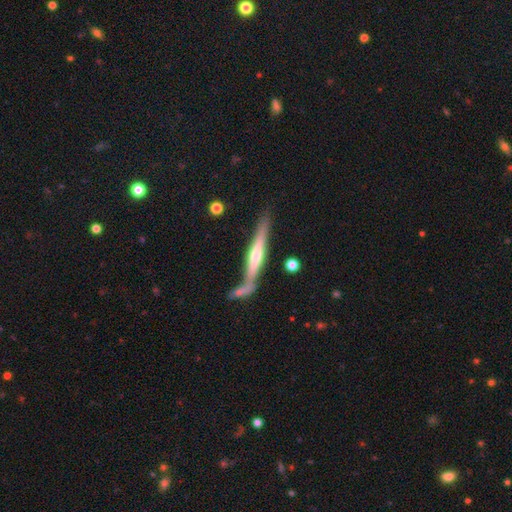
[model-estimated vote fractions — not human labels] Smooth or featured? featured or disk (64%)
Edge-on disk? yes (94%)
Edge-on bulge? rounded (65%)
Merging? none (57%)